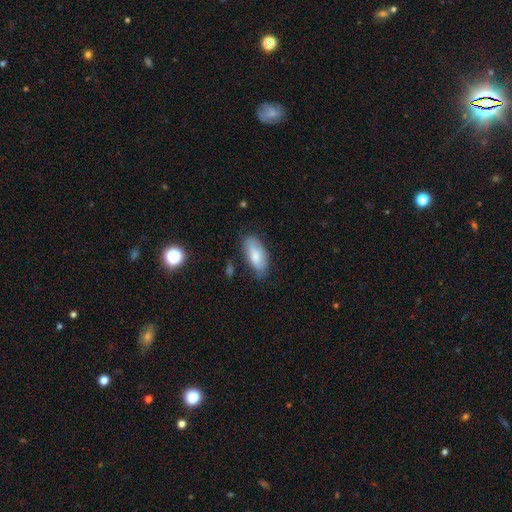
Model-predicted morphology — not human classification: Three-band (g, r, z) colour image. It shows a smooth galaxy with no disk features (78%) that is in between round and cigar-shaped (89%). Merging: none (70%).